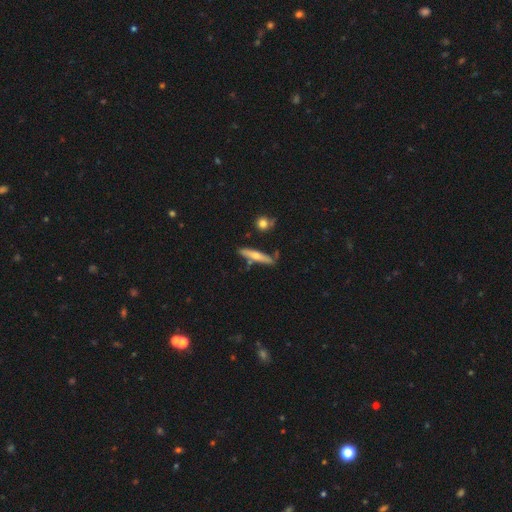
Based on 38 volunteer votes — Q: Smooth or featured?
A: smooth (61%); runner-up: featured or disk (37%)
Q: How rounded?
A: cigar-shaped (83%); runner-up: in between (17%)
Q: Merging?
A: none (65%); runner-up: minor disturbance (19%)